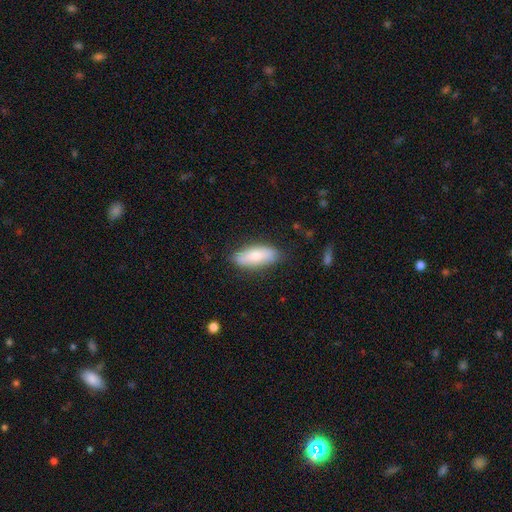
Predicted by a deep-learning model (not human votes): smooth_or_featured: smooth (p=0.80) [alt: featured or disk p=0.14]
how_rounded: in between (p=0.73) [alt: cigar-shaped p=0.25]
merging: none (p=0.81) [alt: minor disturbance p=0.15]